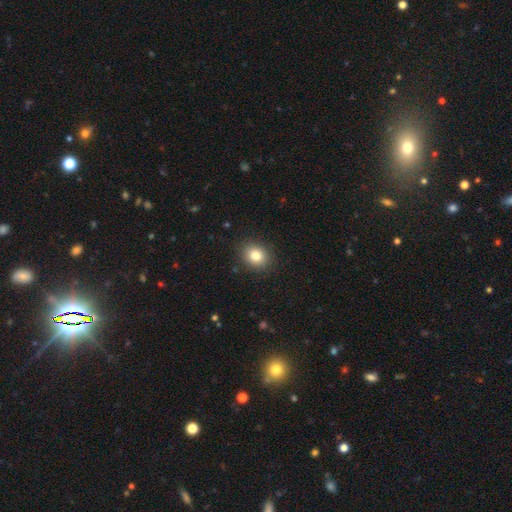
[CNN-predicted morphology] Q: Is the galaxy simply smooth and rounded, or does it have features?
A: smooth — 82%.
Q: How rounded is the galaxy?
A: round — 61%.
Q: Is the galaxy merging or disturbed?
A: none — 89%.